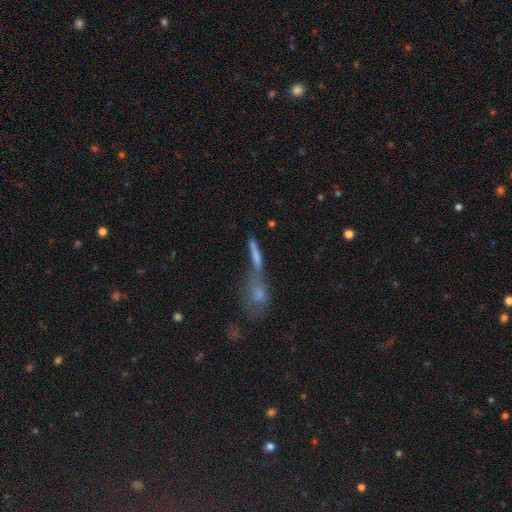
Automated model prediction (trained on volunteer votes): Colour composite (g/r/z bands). It shows a smooth galaxy with no disk features (66%) that is cigar-shaped (72%). Merging: merger (53%).